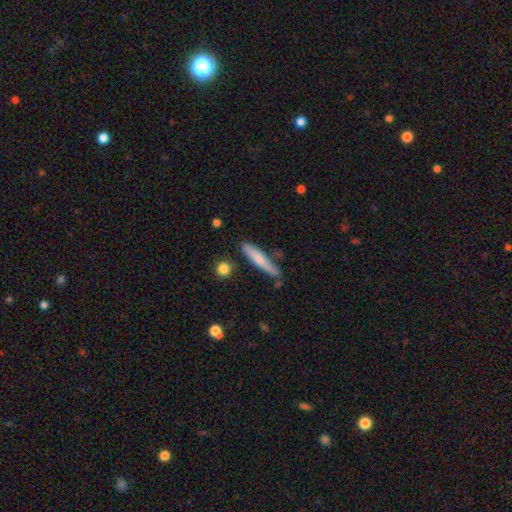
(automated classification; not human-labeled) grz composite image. It shows a smooth galaxy with no disk features (60%) that is cigar-shaped (91%). Merging: none (78%).